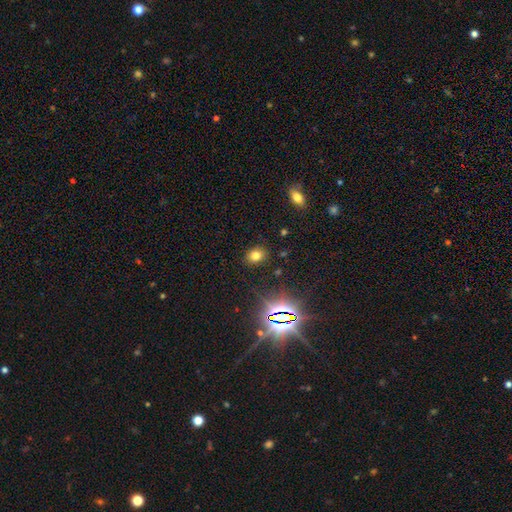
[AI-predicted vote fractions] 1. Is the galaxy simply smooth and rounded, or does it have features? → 71% smooth, 21% star or artifact, 9% featured or disk.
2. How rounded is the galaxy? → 61% in between, 38% round, 1% cigar-shaped.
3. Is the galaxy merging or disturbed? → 86% none, 9% minor disturbance, 3% major disturbance, 2% merger.